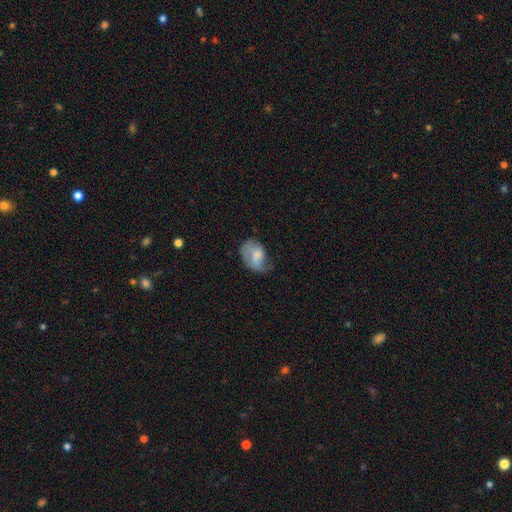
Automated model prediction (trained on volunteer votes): Smooth or featured?
  - smooth: 51% *
  - featured or disk: 42%
  - star or artifact: 7%
How rounded?
  - in between: 78% *
  - round: 20%
  - cigar-shaped: 1%
Merging?
  - none: 36% *
  - minor disturbance: 32%
  - major disturbance: 29%
  - merger: 2%